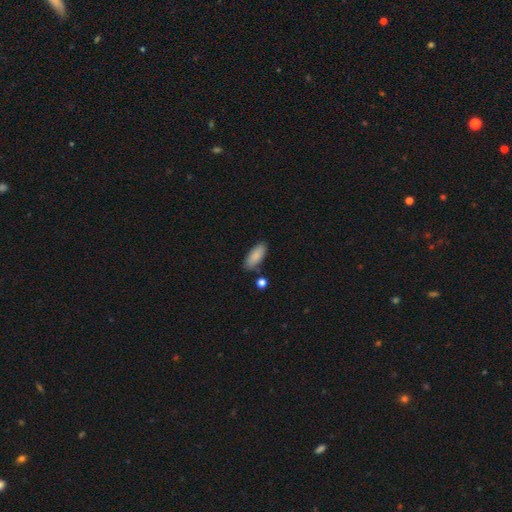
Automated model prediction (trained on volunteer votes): smooth 87%, featured or disk 7%, star or artifact 6%. Down the decision tree: how rounded — in between (79%); merging — none (80%).